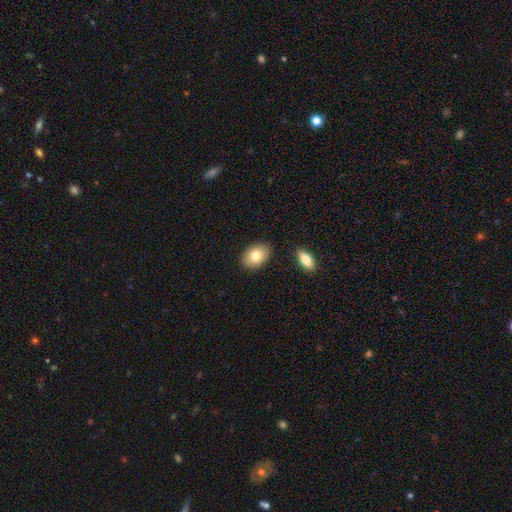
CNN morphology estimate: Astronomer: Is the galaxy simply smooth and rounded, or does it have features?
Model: smooth — 80%.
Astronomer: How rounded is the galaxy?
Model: in between — 84%.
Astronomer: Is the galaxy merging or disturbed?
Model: none — 86%.